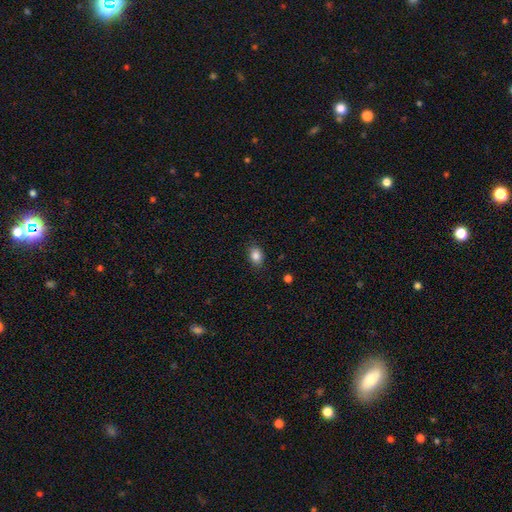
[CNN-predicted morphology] smooth_or_featured: smooth (p=0.86) [alt: star or artifact p=0.09]
how_rounded: in between (p=0.69) [alt: round p=0.30]
merging: none (p=0.84) [alt: minor disturbance p=0.12]